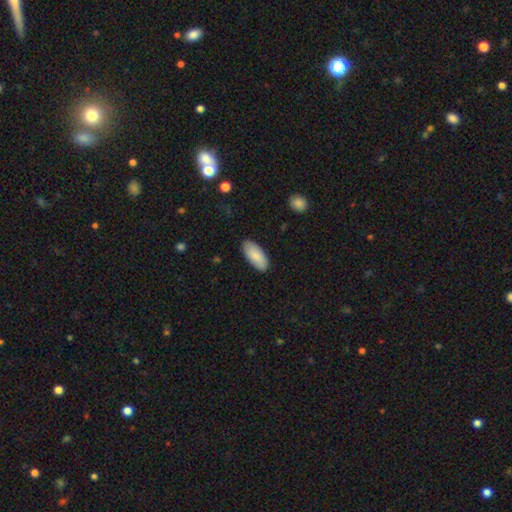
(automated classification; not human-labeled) Smooth or featured?
  - smooth: 87% *
  - featured or disk: 8%
  - star or artifact: 5%
How rounded?
  - in between: 90% *
  - cigar-shaped: 9%
  - round: 2%
Merging?
  - none: 87% *
  - minor disturbance: 10%
  - major disturbance: 2%
  - merger: 1%